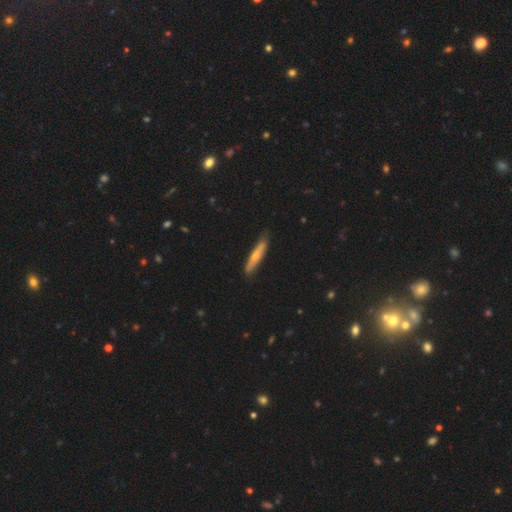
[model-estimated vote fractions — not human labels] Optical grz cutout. It shows a featured or disk galaxy (48%). Merging: none (83%).